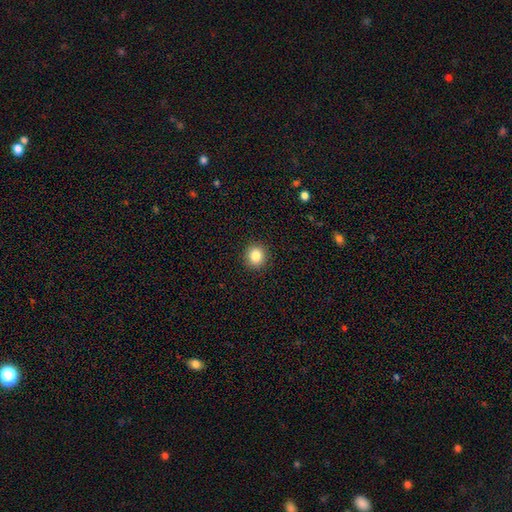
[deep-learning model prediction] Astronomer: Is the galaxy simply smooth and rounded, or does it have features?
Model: smooth — 84%.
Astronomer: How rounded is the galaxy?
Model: round — 86%.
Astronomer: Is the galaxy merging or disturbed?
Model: none — 92%.